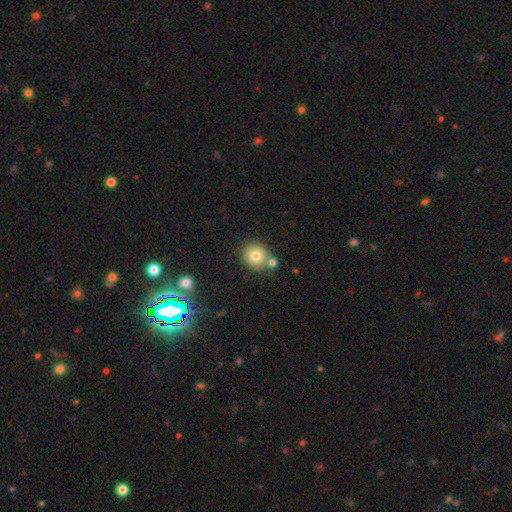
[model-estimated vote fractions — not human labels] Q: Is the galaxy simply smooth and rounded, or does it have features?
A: smooth — 78%.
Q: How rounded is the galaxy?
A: round — 81%.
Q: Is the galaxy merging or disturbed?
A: none — 67%.